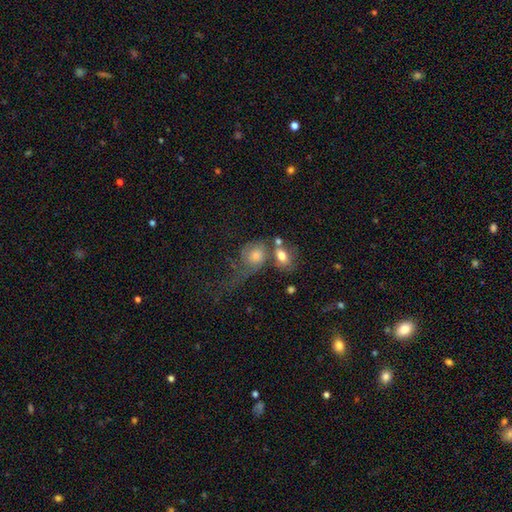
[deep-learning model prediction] smooth 64%, featured or disk 27%, star or artifact 9%. Down the decision tree: how rounded — in between (53%); merging — merger (36%).